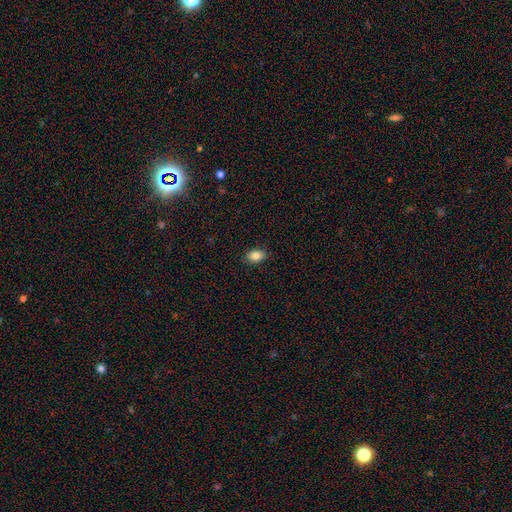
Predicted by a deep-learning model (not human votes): smooth 86%, star or artifact 9%, featured or disk 6%. Down the decision tree: how rounded — in between (85%); merging — none (88%).